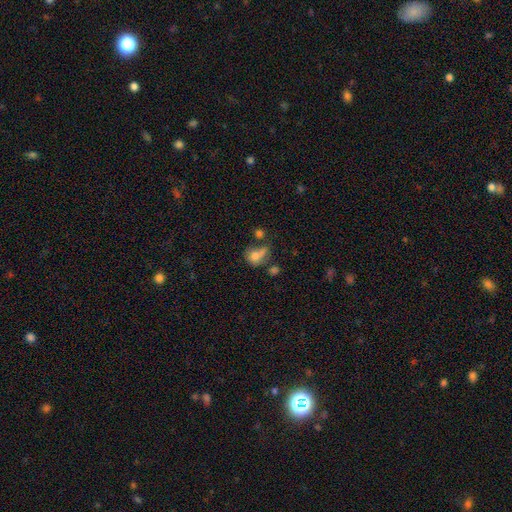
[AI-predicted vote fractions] The model was most divided on "merging": none: 32%, merger: 25%, major disturbance: 21%, minor disturbance: 21%. More confident: smooth or featured — smooth (71%); how rounded — round (54%).